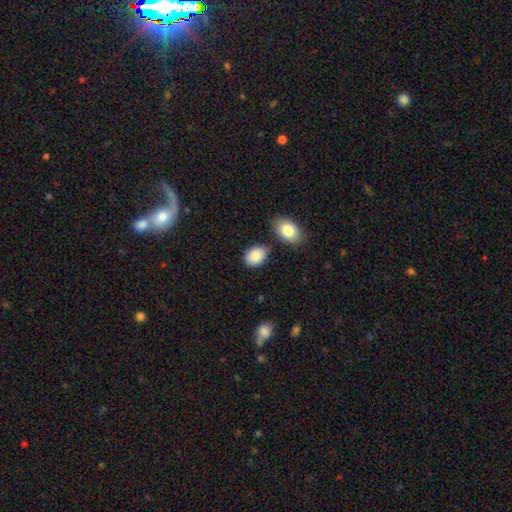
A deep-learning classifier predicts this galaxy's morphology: smooth_or_featured: smooth (p=0.85) [alt: featured or disk p=0.08]
how_rounded: in between (p=0.79) [alt: round p=0.20]
merging: none (p=0.74) [alt: minor disturbance p=0.14]